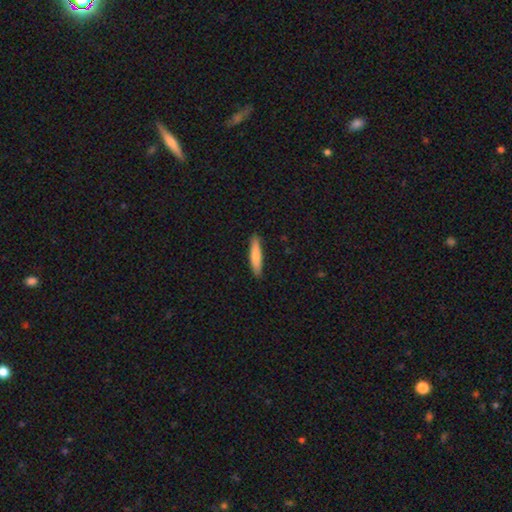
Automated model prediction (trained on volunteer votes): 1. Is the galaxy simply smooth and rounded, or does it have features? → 76% smooth, 19% featured or disk, 5% star or artifact.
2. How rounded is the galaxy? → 85% cigar-shaped, 14% in between, 1% round.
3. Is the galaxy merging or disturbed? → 90% none, 8% minor disturbance, 2% major disturbance, 1% merger.